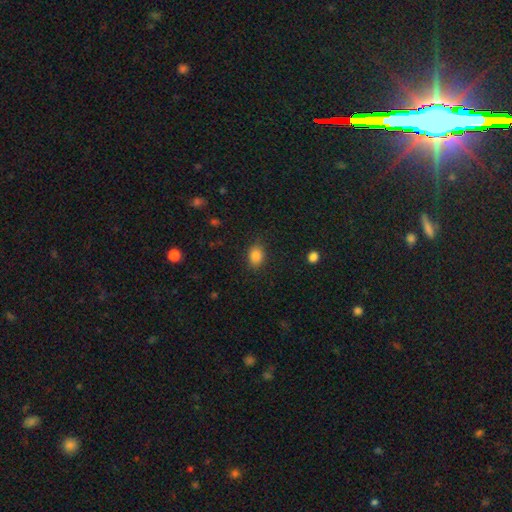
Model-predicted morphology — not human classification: A smooth galaxy with no disk features (86%) that is in between round and cigar-shaped (66%).

Vote fractions:
- Smooth or featured? smooth: 86% / star or artifact: 10% / featured or disk: 5%
- How rounded? in between: 66% / round: 33% / cigar-shaped: 1%
- Merging? none: 84% / minor disturbance: 11% / major disturbance: 3% / merger: 1%